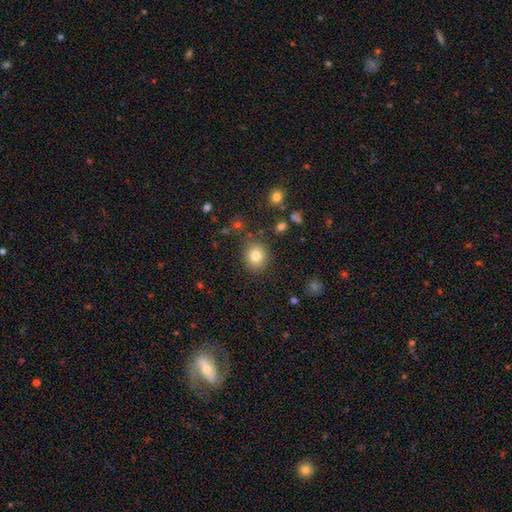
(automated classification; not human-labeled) Smooth or featured? Predicted: smooth (p=0.81). How rounded? Predicted: round (p=0.77). Merging? Predicted: none (p=0.85).